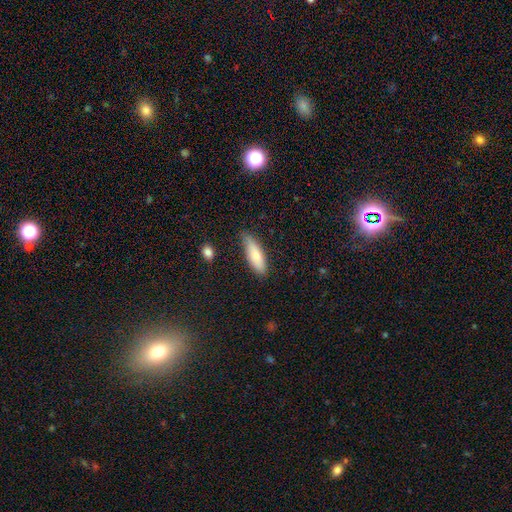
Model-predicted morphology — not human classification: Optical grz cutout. It shows a smooth galaxy with no disk features (77%) that is in between round and cigar-shaped (52%). Merging: none (73%).